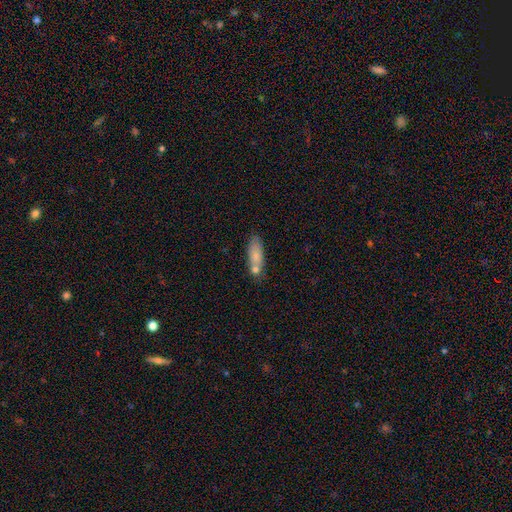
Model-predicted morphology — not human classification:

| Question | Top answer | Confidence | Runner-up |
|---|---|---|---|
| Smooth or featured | smooth | 77% | featured or disk (15%) |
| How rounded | in between | 61% | cigar-shaped (37%) |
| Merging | none | 58% | merger (20%) |